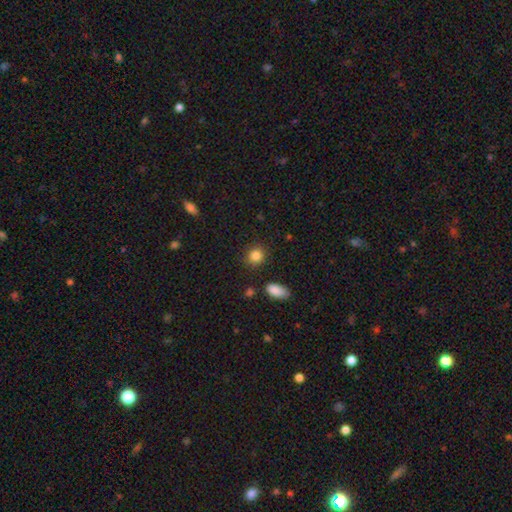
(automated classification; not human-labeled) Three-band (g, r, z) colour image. It shows a smooth galaxy with no disk features (86%) that is round (79%). Merging: none (87%).